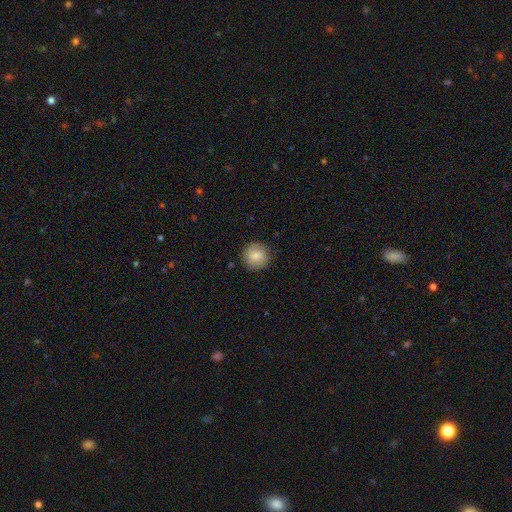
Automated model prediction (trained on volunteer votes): Smooth or featured? smooth (80%)
How rounded? round (94%)
Merging? none (88%)